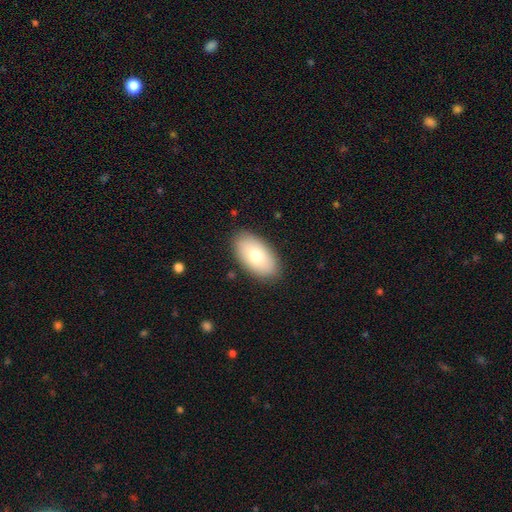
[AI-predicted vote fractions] smooth 77%, featured or disk 17%, star or artifact 6%. Down the decision tree: how rounded — in between (95%); merging — none (87%).